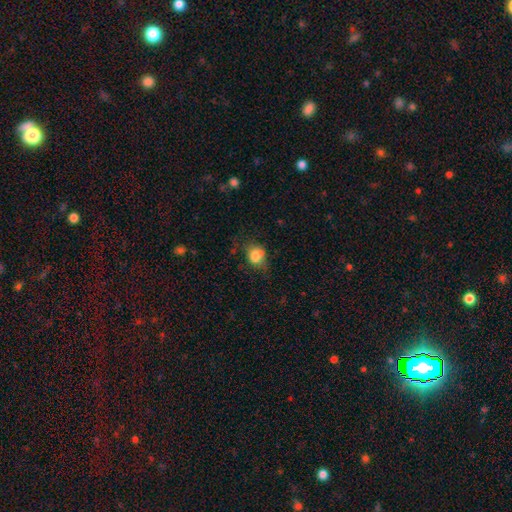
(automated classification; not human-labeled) Smooth or featured? Predicted: smooth (p=0.78). How rounded? Predicted: round (p=0.56). Merging? Predicted: none (p=0.54).